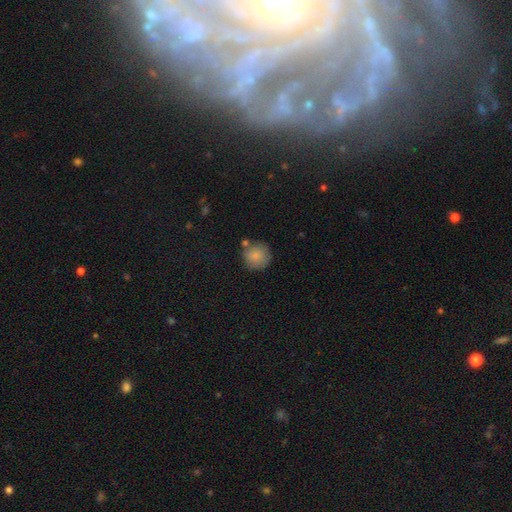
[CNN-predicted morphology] smooth-or-featured: smooth: 85% | star or artifact: 8% | featured or disk: 8%
  how-rounded: round: 92% | in between: 7% | cigar-shaped: 1%
  merging: none: 69% | minor disturbance: 16% | merger: 11% | major disturbance: 4%